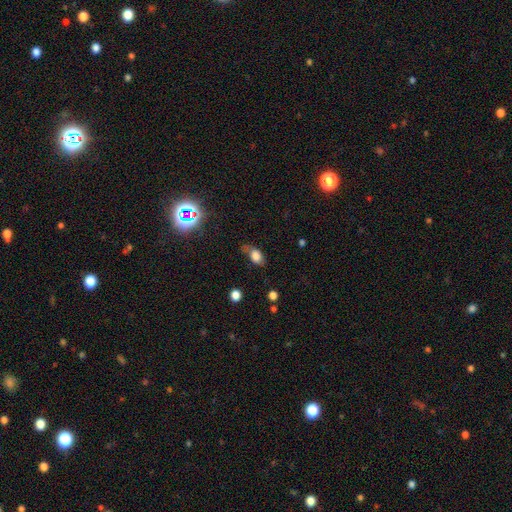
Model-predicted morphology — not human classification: A smooth galaxy with no disk features (71%) that is in between round and cigar-shaped (84%). Merging: none (47%).